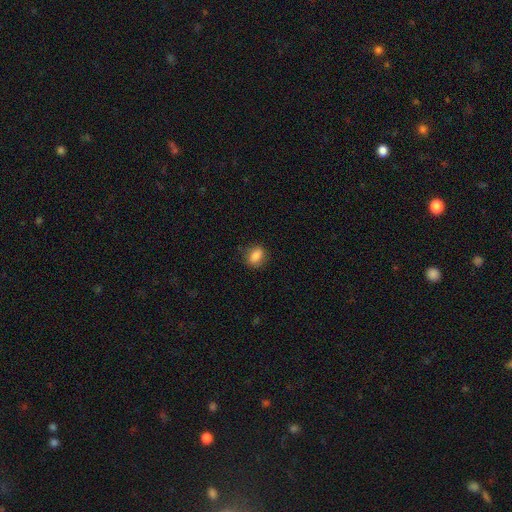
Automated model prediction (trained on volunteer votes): Morphology: type=smooth (85%); roundness=in between (70%); merging=none (81%).